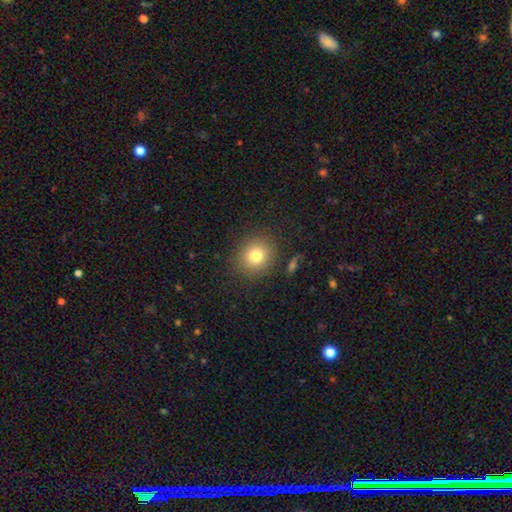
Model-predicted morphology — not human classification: Q: Smooth or featured?
A: smooth (78%); runner-up: star or artifact (12%)
Q: How rounded?
A: round (83%); runner-up: in between (16%)
Q: Merging?
A: none (87%); runner-up: minor disturbance (8%)